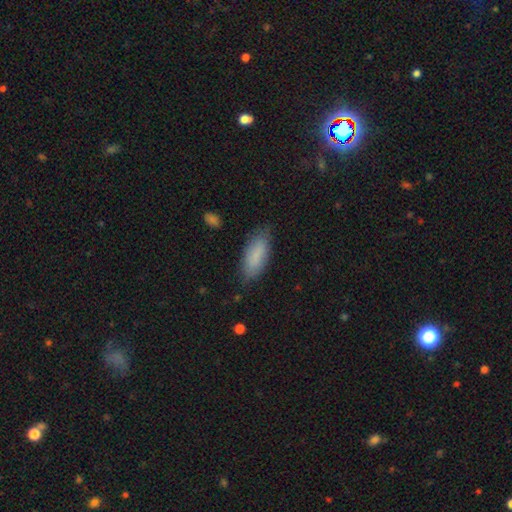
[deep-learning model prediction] This appears to be a smooth galaxy with no disk features (84%) that is in between round and cigar-shaped (78%). Merging: none (80%).